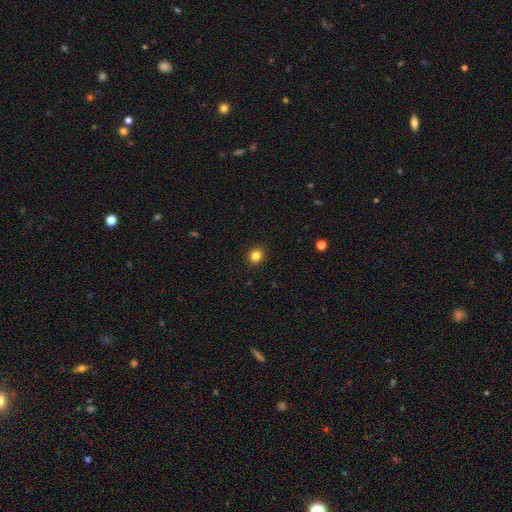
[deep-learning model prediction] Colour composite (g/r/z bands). It shows a smooth galaxy with no disk features (84%) that is round (76%). Merging: none (91%).